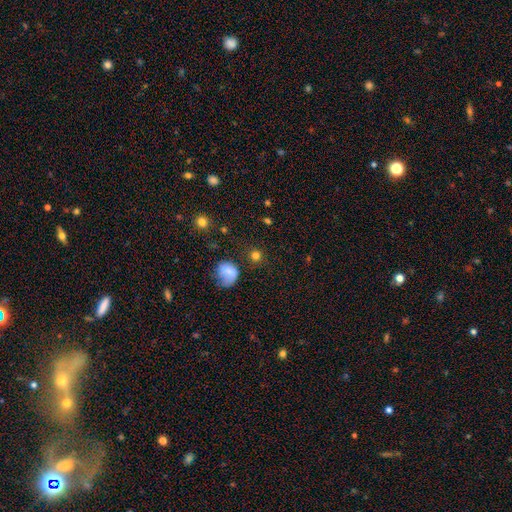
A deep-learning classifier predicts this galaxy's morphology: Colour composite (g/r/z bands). It shows a smooth galaxy with no disk features (78%) that is round (85%). Merging: none (75%).